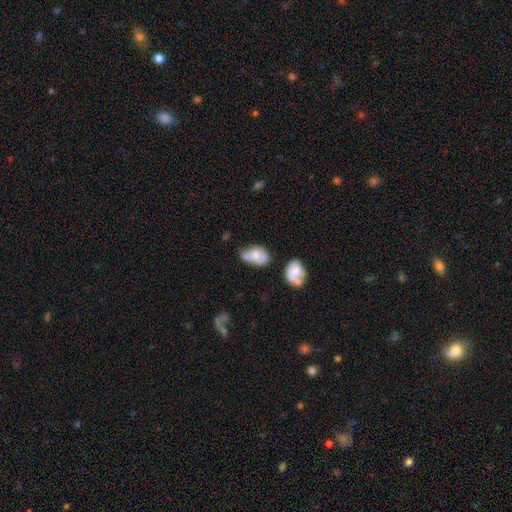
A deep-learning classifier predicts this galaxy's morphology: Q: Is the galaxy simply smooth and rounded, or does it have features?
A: smooth — 63%.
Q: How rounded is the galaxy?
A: in between — 80%.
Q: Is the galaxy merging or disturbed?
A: minor disturbance — 33%.